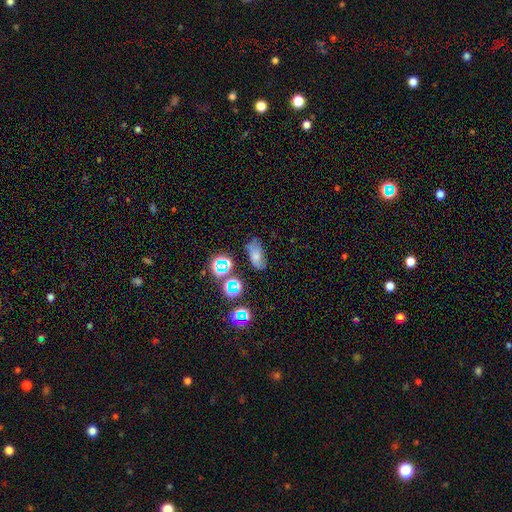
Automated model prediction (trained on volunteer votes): Smooth or featured? smooth (59%)
How rounded? in between (86%)
Merging? none (61%)